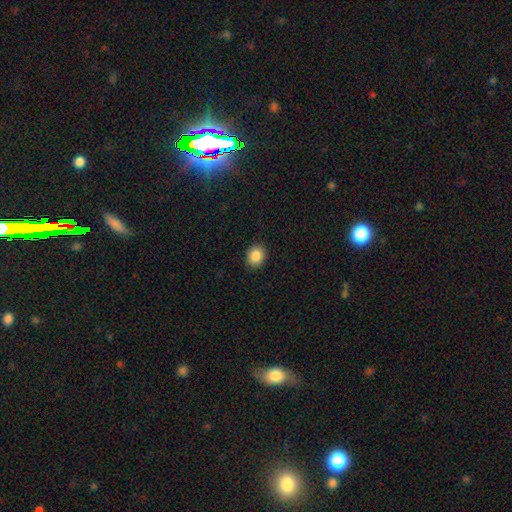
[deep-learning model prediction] A smooth galaxy with no disk features (87%) that is round (65%). Merging: none (91%).